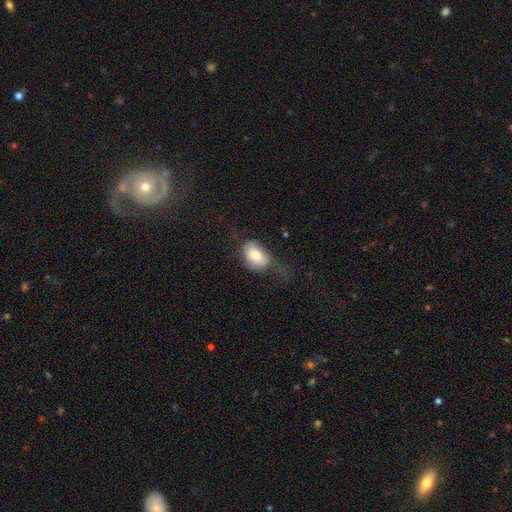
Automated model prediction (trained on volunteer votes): smooth 72%, featured or disk 20%, star or artifact 8%. Down the decision tree: how rounded — in between (77%); merging — none (38%).